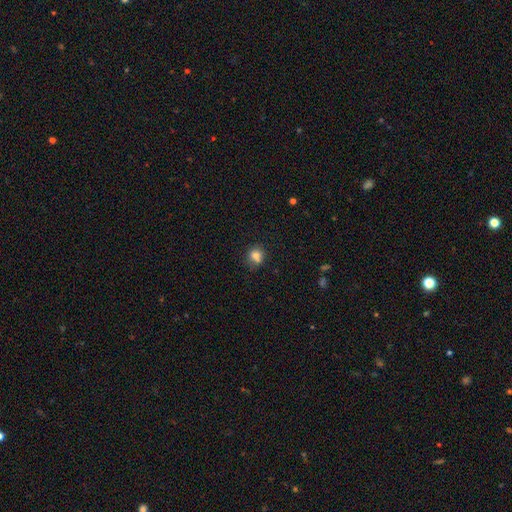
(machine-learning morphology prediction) Smooth or featured? Predicted: smooth (p=0.79). How rounded? Predicted: round (p=0.80). Merging? Predicted: none (p=0.63).